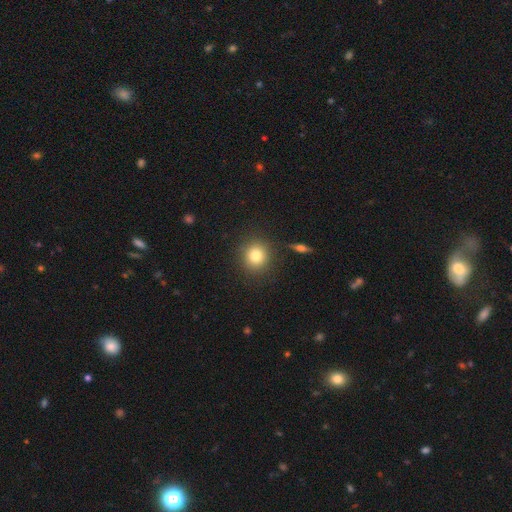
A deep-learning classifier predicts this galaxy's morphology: This appears to be a smooth galaxy with no disk features (80%) that is round (89%). Merging: none (87%).